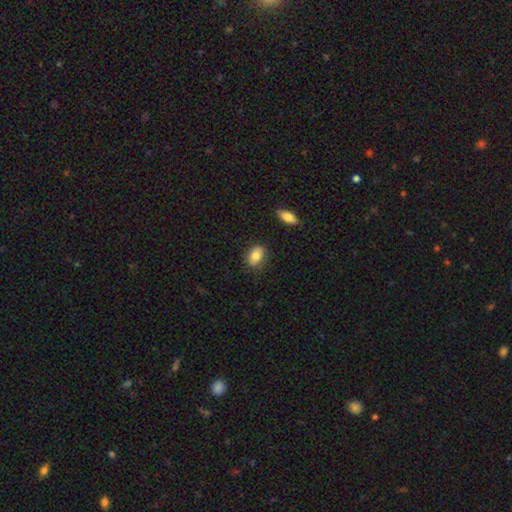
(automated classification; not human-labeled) Overall: smooth (82%). How rounded: in between (80%). Merging: none (83%).